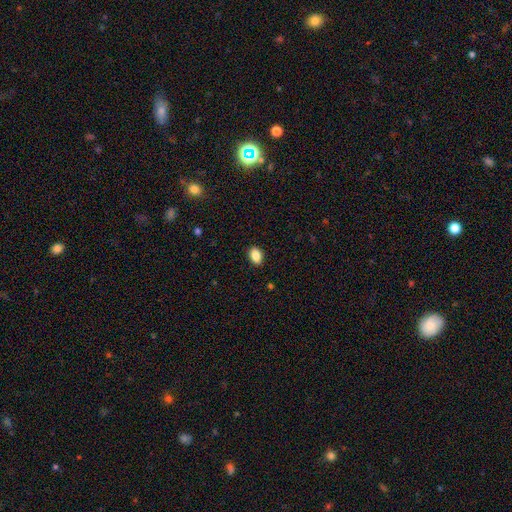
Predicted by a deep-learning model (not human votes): A smooth galaxy with no disk features (87%) that is in between round and cigar-shaped (86%). Merging: none (90%).